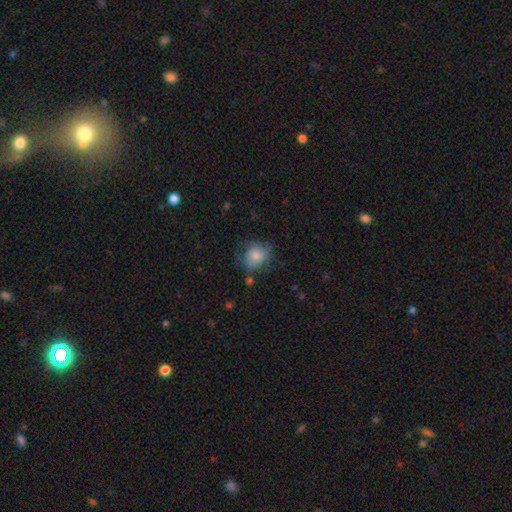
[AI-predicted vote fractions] Smooth or featured? Predicted: smooth (p=0.73). How rounded? Predicted: round (p=0.67). Merging? Predicted: none (p=0.50).